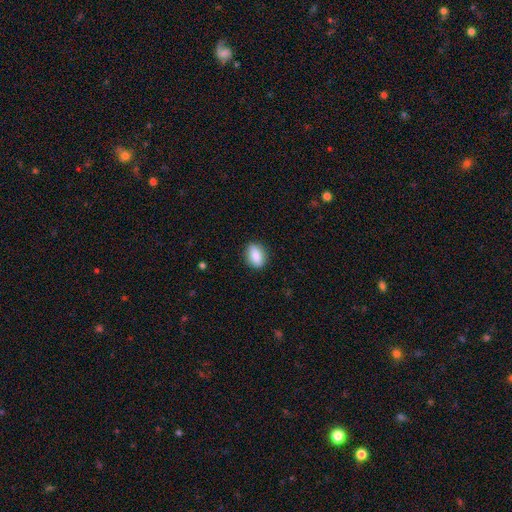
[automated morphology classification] A smooth galaxy with no disk features (82%) that is in between round and cigar-shaped (77%). Merging: none (87%).